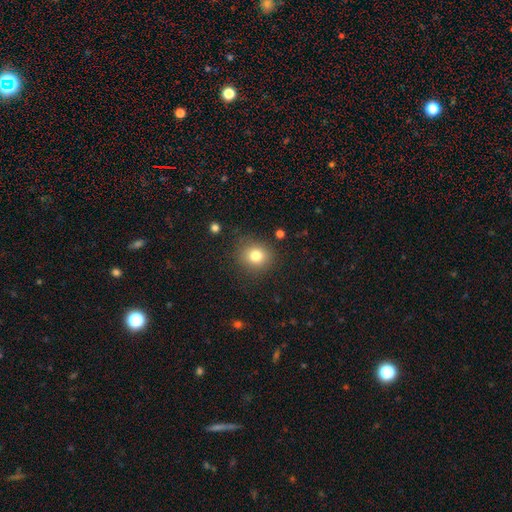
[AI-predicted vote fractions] Morphology: type=smooth (80%); roundness=round (81%); merging=none (85%).